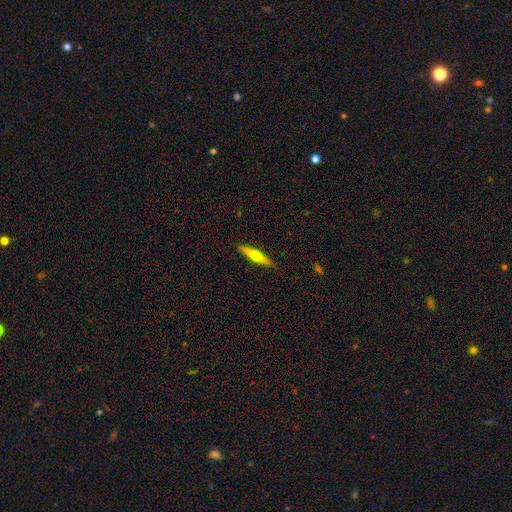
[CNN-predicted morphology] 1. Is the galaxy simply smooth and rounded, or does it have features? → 53% featured or disk, 41% smooth, 6% star or artifact.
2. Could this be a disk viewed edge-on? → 94% yes, 6% no.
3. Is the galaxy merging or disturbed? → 90% none, 8% minor disturbance, 2% major disturbance, 1% merger.